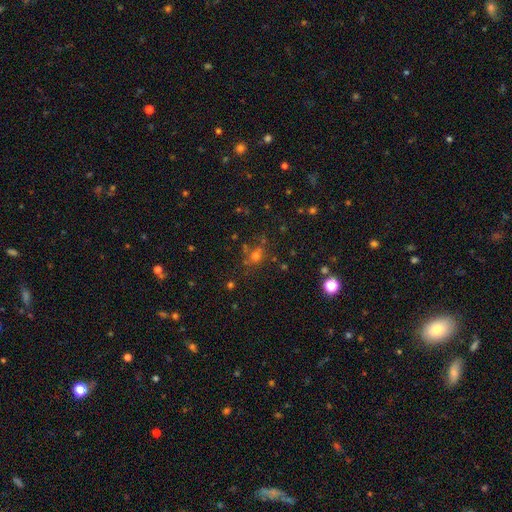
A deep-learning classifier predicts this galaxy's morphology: Overall: smooth (55%; star or artifact 33%). How rounded: round (73%). Merging: none (66%).